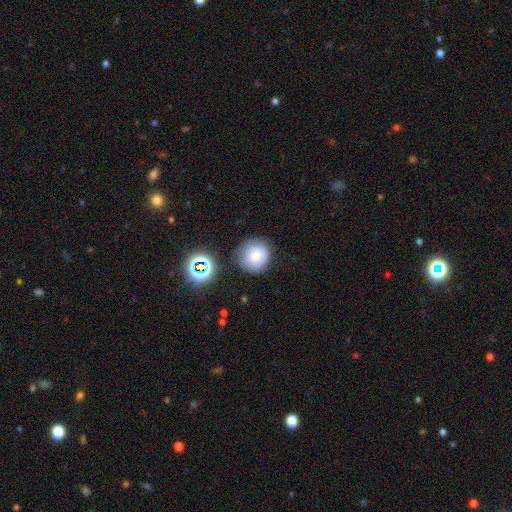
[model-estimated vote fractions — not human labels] The model was most divided on "smooth or featured": smooth: 70%, featured or disk: 17%, star or artifact: 13%. More confident: how rounded — round (91%); merging — none (73%).